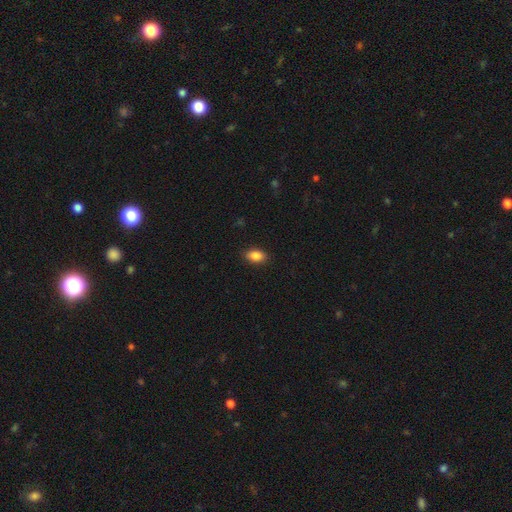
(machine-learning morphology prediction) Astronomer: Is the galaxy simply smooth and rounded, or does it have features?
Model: smooth — 87%.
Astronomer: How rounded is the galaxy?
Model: in between — 90%.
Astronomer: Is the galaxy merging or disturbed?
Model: none — 88%.